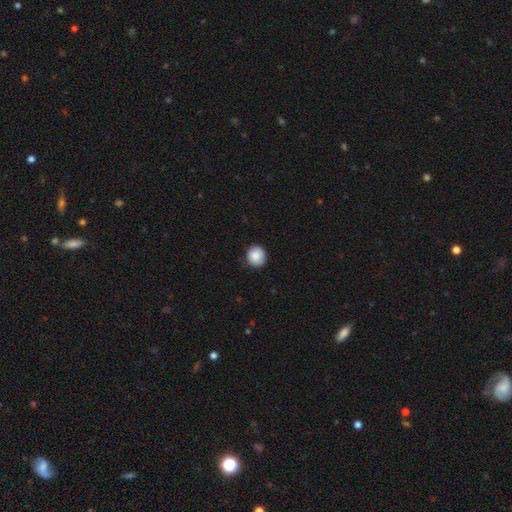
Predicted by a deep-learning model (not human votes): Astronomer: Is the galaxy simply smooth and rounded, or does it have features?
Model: smooth — 87%.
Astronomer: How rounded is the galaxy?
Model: round — 90%.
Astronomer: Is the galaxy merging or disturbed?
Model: none — 86%.